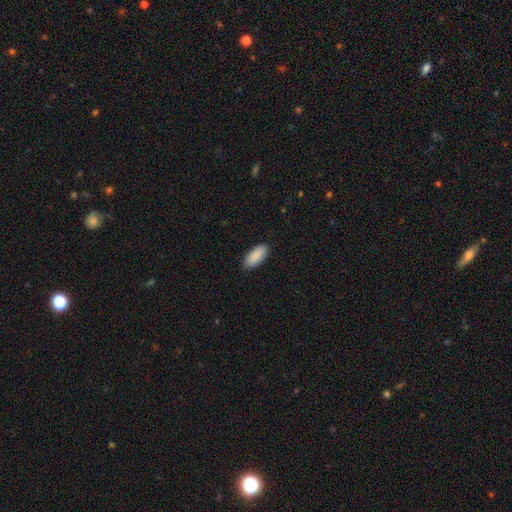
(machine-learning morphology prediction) Smooth or featured? Predicted: smooth (p=0.91). How rounded? Predicted: in between (p=0.87). Merging? Predicted: none (p=0.89).